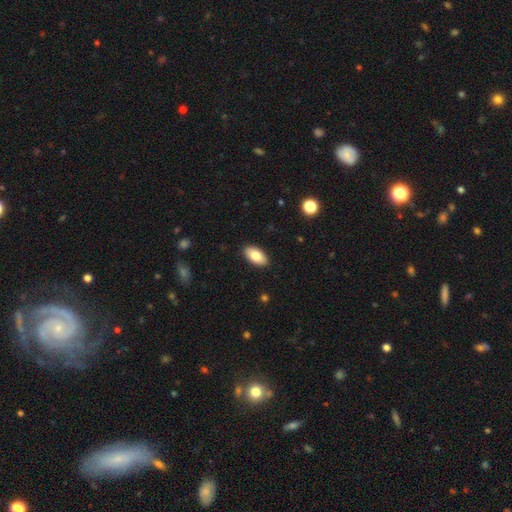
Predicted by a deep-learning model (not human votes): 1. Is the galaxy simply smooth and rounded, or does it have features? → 81% smooth, 13% featured or disk, 7% star or artifact.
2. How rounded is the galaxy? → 94% in between, 3% cigar-shaped, 3% round.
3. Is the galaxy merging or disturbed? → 90% none, 8% minor disturbance, 2% major disturbance, 1% merger.